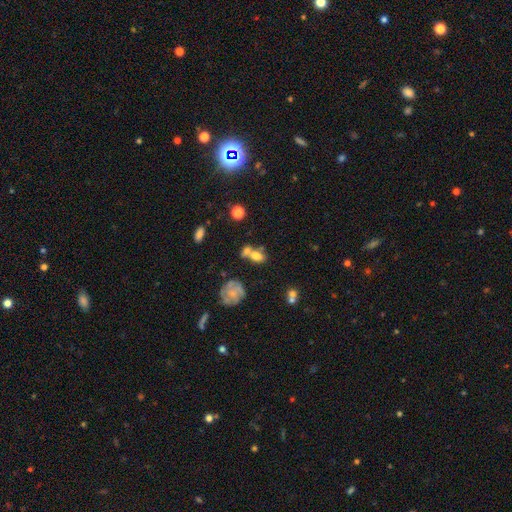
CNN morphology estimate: smooth_or_featured: smooth (p=0.65) [alt: featured or disk p=0.23]
how_rounded: in between (p=0.73) [alt: round p=0.22]
merging: merger (p=0.51) [alt: none p=0.29]